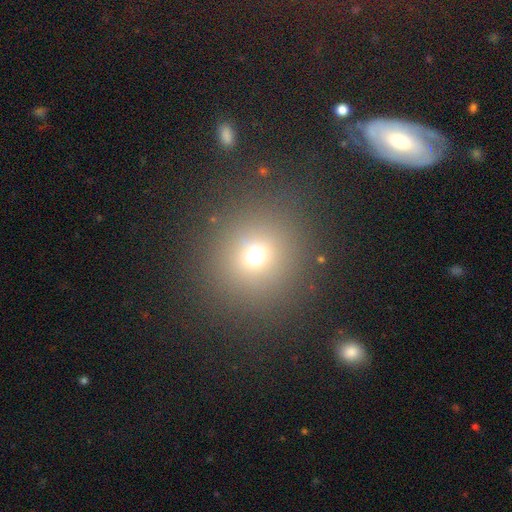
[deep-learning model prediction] Smooth or featured? smooth (68%)
How rounded? round (91%)
Merging? none (87%)